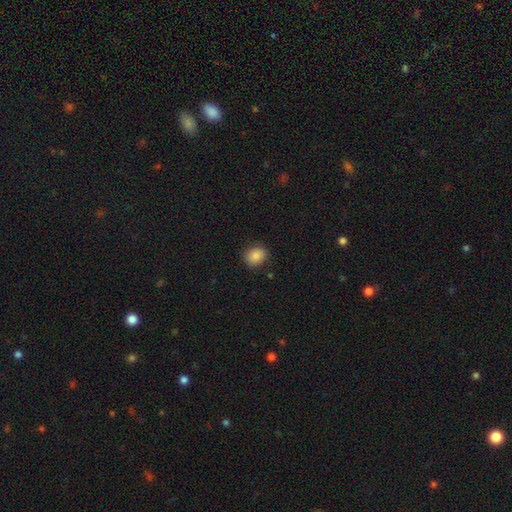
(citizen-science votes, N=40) A smooth galaxy with no disk features (85%) that is round (56%). Merging: none (79%).